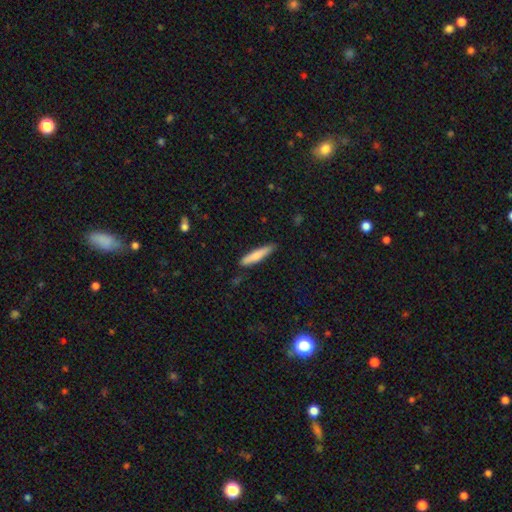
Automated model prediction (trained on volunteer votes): Smooth or featured?
  - smooth: 74% *
  - featured or disk: 21%
  - star or artifact: 5%
How rounded?
  - cigar-shaped: 87% *
  - in between: 12%
  - round: 1%
Merging?
  - none: 84% *
  - minor disturbance: 12%
  - major disturbance: 2%
  - merger: 1%